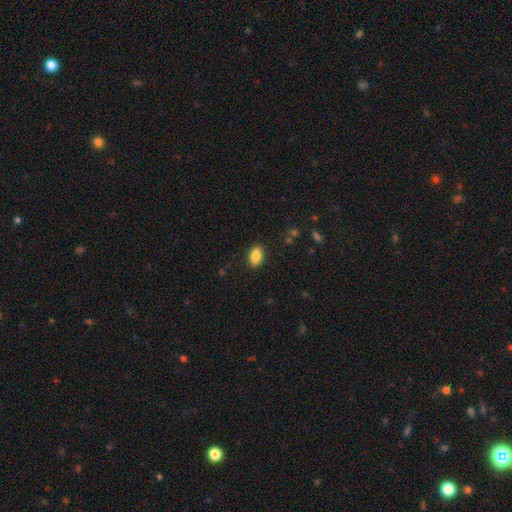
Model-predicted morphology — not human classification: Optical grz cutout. It shows a smooth galaxy with no disk features (86%) that is in between round and cigar-shaped (90%). Merging: none (87%).